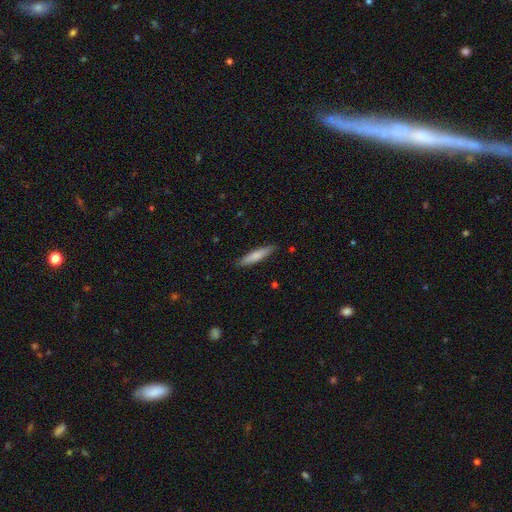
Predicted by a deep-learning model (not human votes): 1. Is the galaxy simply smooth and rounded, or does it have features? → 75% smooth, 20% featured or disk, 6% star or artifact.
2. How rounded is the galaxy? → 85% cigar-shaped, 13% in between, 1% round.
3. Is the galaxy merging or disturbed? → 87% none, 9% minor disturbance, 2% major disturbance, 1% merger.